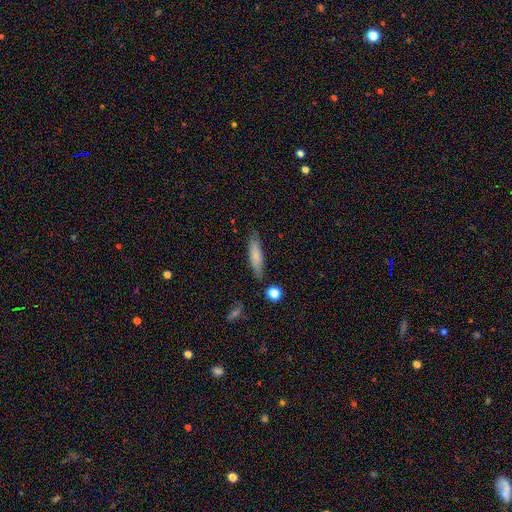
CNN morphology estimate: type=smooth (75%); roundness=cigar-shaped (74%); merging=none (79%).